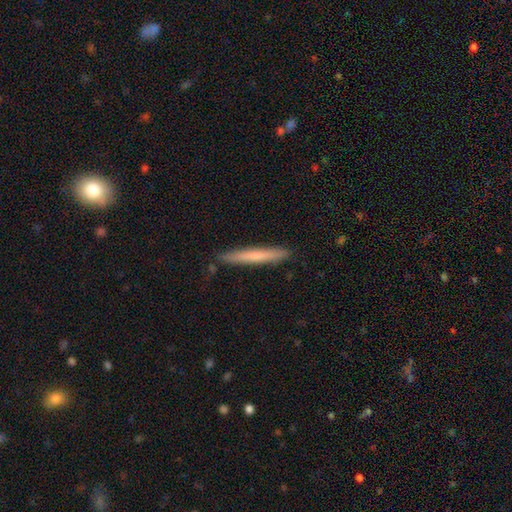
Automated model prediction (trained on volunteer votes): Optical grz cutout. It shows a smooth galaxy with no disk features (66%) that is cigar-shaped (96%). Merging: none (88%).